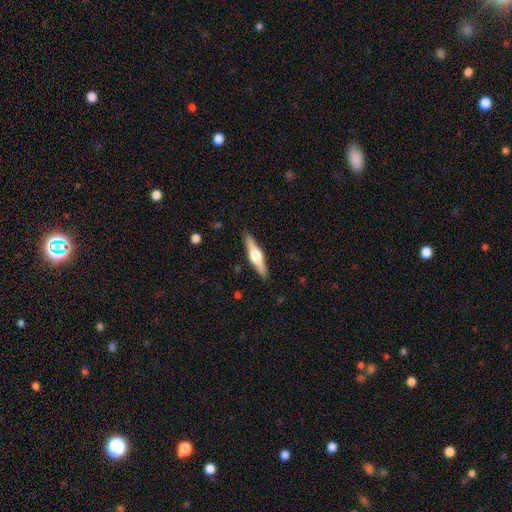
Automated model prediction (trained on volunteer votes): Morphology: type=featured or disk (66%); edge-on=yes (97%); edge-on bulge=rounded (93%); merging=none (90%).